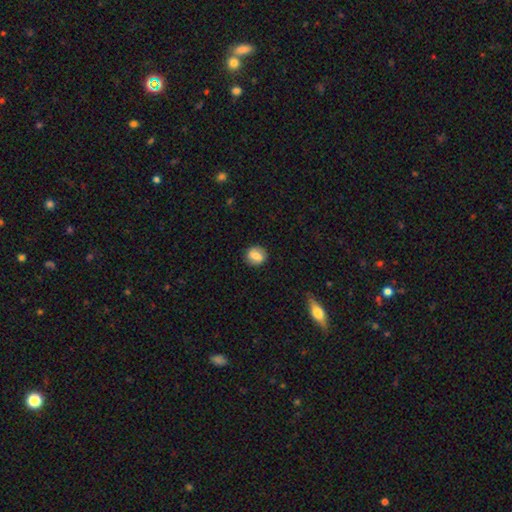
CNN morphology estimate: Q: Smooth or featured?
A: smooth (60%); runner-up: featured or disk (31%)
Q: How rounded?
A: round (64%); runner-up: in between (34%)
Q: Merging?
A: none (83%); runner-up: minor disturbance (12%)